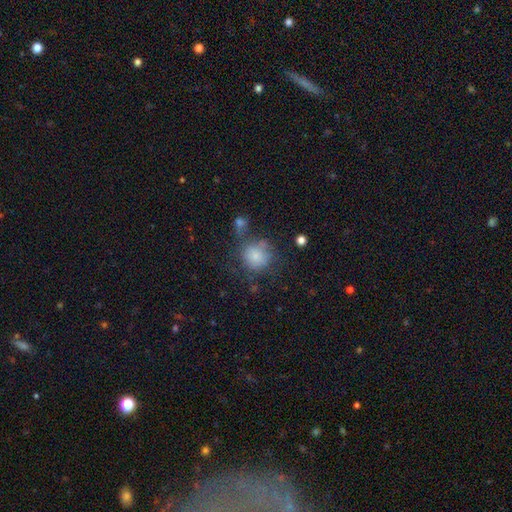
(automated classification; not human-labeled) Smooth or featured?
  - smooth: 76% *
  - featured or disk: 14%
  - star or artifact: 10%
How rounded?
  - round: 81% *
  - in between: 18%
  - cigar-shaped: 1%
Merging?
  - none: 46% *
  - minor disturbance: 22%
  - major disturbance: 17%
  - merger: 16%